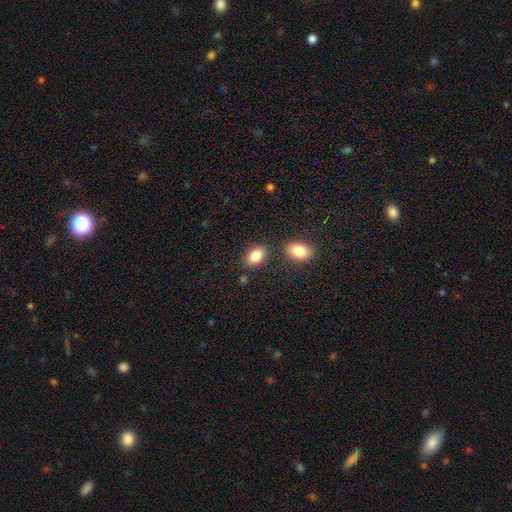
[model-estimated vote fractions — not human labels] smooth_or_featured: smooth (p=0.86) [alt: star or artifact p=0.08]
how_rounded: in between (p=0.87) [alt: round p=0.11]
merging: none (p=0.75) [alt: minor disturbance p=0.11]